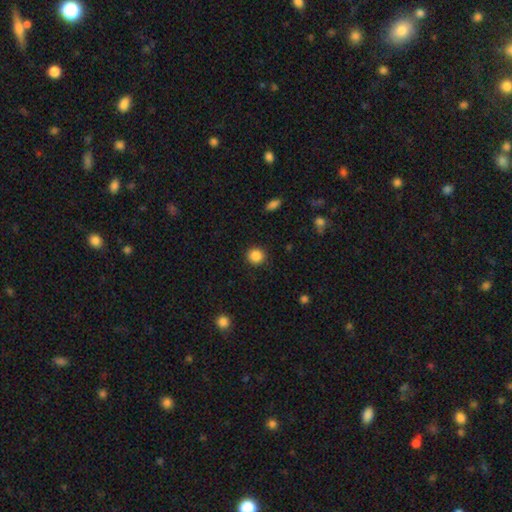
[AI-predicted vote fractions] Smooth or featured? Predicted: smooth (p=0.87). How rounded? Predicted: round (p=0.90). Merging? Predicted: none (p=0.91).